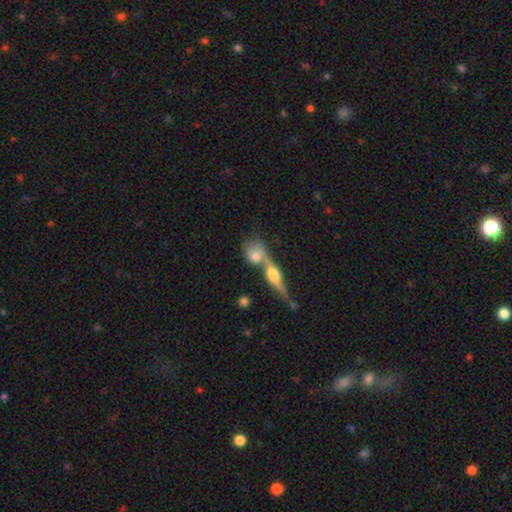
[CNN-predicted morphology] A smooth galaxy with no disk features (60%) that is round (58%). Merging: merger (57%).